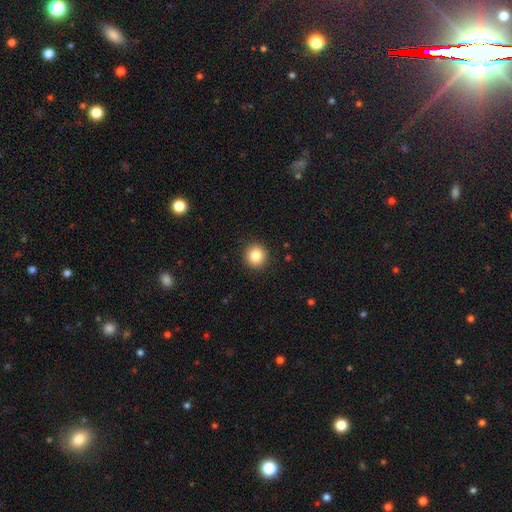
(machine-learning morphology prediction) Q: Smooth or featured?
A: smooth (84%); runner-up: star or artifact (10%)
Q: How rounded?
A: round (91%); runner-up: in between (8%)
Q: Merging?
A: none (92%); runner-up: minor disturbance (5%)